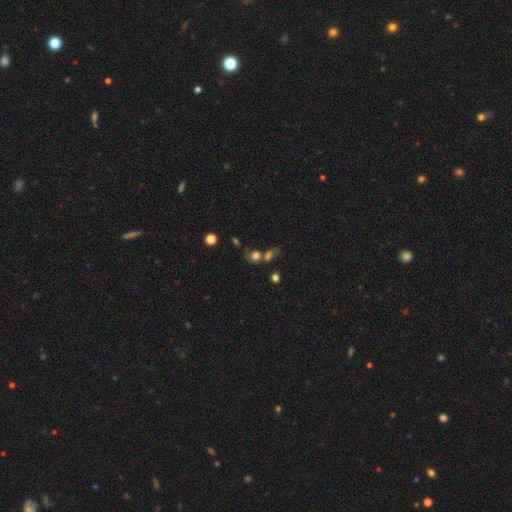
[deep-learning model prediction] Q: Smooth or featured?
A: smooth (67%); runner-up: star or artifact (18%)
Q: How rounded?
A: round (68%); runner-up: in between (30%)
Q: Merging?
A: merger (49%); runner-up: none (30%)